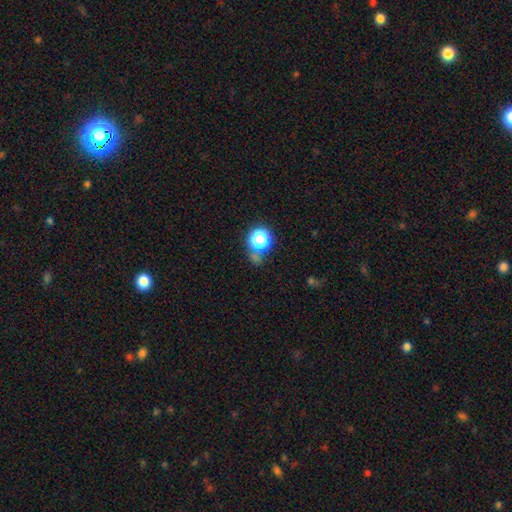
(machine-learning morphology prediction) Smooth or featured? Predicted: smooth (p=0.53). How rounded? Predicted: round (p=0.85). Merging? Predicted: none (p=0.66).